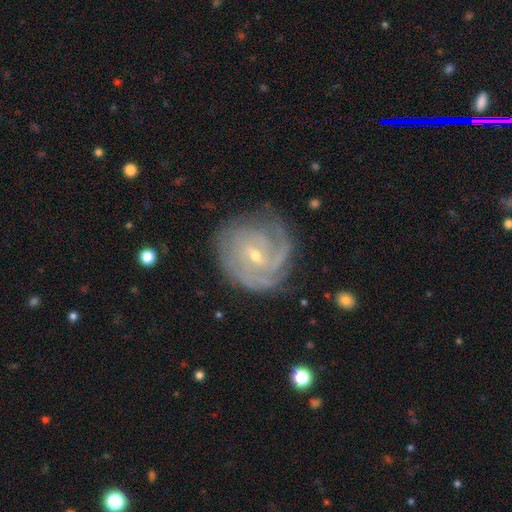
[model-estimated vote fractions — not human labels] This appears to be a featured or disk galaxy (85%) with a weak bar (49%), tight (68%) spiral arms (96%) and a small central bulge (70%). Merging: none (72%).